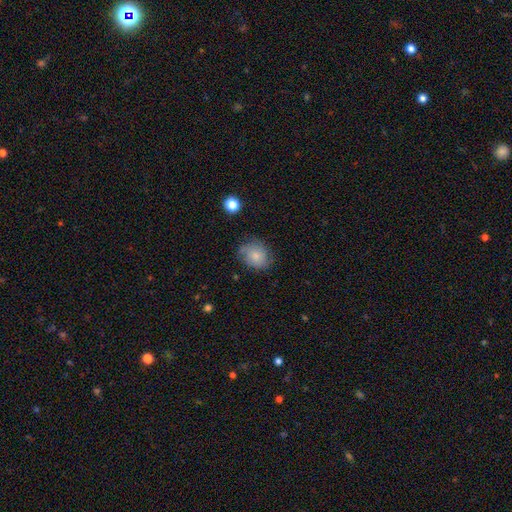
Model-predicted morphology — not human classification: type=smooth (67%); roundness=round (61%); merging=none (62%).